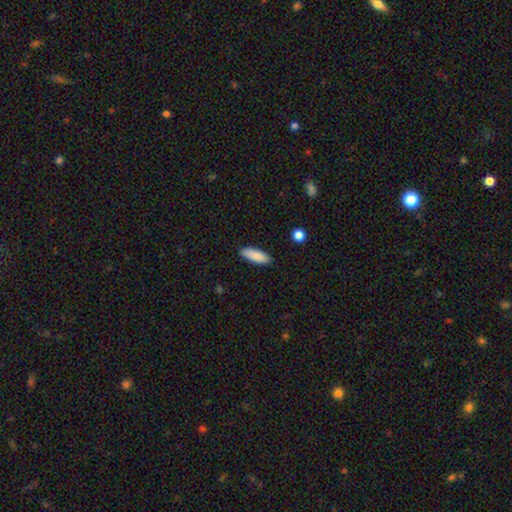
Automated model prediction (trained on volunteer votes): Overall: smooth (88%). How rounded: in between (55%; cigar-shaped 44%). Merging: none (88%).